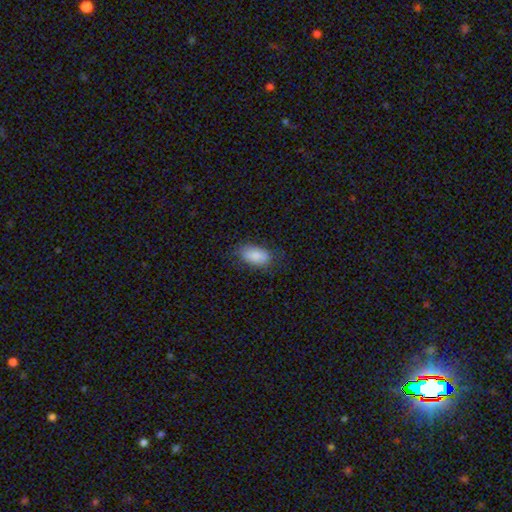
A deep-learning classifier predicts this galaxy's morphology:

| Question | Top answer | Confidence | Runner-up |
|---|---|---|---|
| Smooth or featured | smooth | 86% | featured or disk (8%) |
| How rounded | in between | 93% | round (5%) |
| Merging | none | 72% | minor disturbance (20%) |